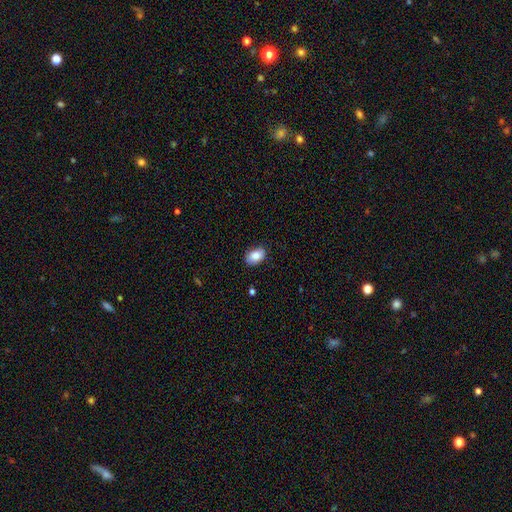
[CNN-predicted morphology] Smooth or featured: smooth — 87% (star or artifact — 7%)
How rounded: in between — 87% (round — 12%)
Merging: none — 85% (minor disturbance — 11%)